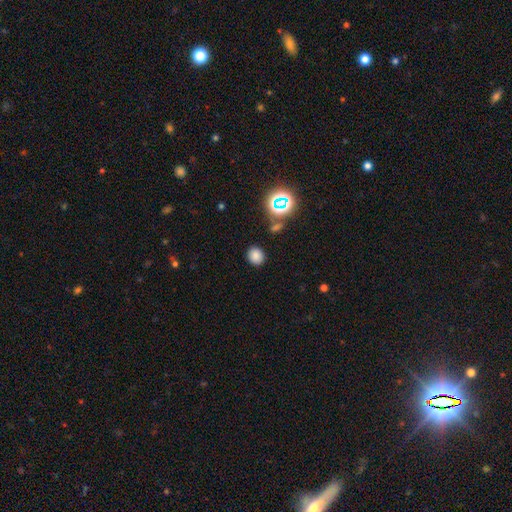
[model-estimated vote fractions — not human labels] This appears to be a smooth galaxy with no disk features (78%) that is round (73%). Merging: none (86%).